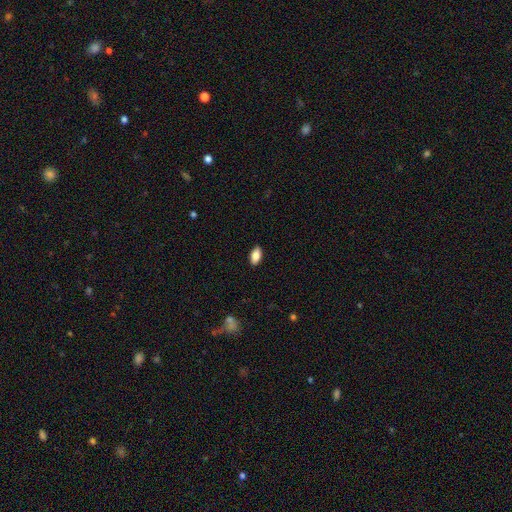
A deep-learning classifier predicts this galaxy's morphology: smooth-or-featured: smooth: 84% | featured or disk: 9% | star or artifact: 7%
  how-rounded: in between: 92% | cigar-shaped: 4% | round: 4%
  merging: none: 89% | minor disturbance: 8% | major disturbance: 2% | merger: 1%